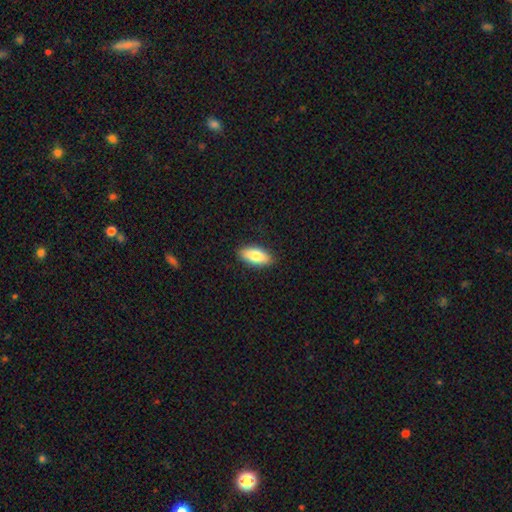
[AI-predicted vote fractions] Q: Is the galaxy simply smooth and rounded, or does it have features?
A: smooth — 81%.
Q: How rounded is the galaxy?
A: in between — 86%.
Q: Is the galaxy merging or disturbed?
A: none — 88%.